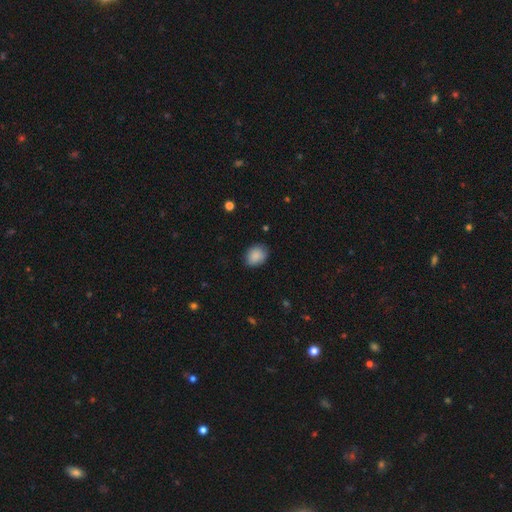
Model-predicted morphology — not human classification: smooth-or-featured: smooth: 88% | star or artifact: 7% | featured or disk: 5%
  how-rounded: in between: 59% | round: 40% | cigar-shaped: 1%
  merging: none: 78% | minor disturbance: 18% | major disturbance: 3% | merger: 1%